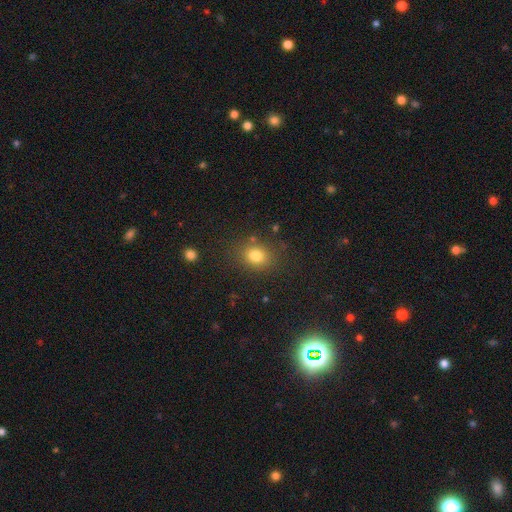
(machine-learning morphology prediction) Smooth or featured? Predicted: smooth (p=0.80). How rounded? Predicted: round (p=0.52). Merging? Predicted: none (p=0.81).